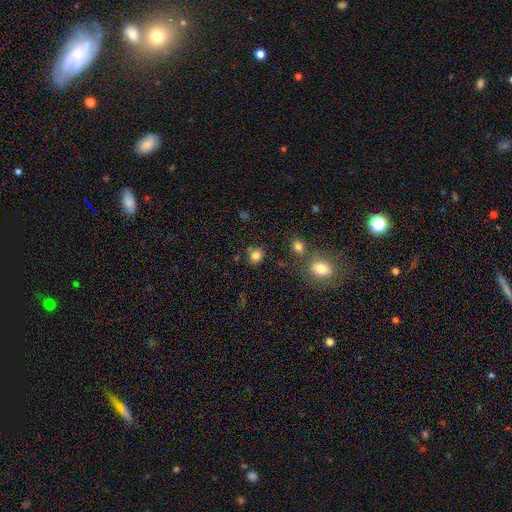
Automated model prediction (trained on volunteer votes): The model was most divided on "how rounded": round: 75%, in between: 24%, cigar-shaped: 1%. More confident: smooth or featured — smooth (82%); merging — none (80%).